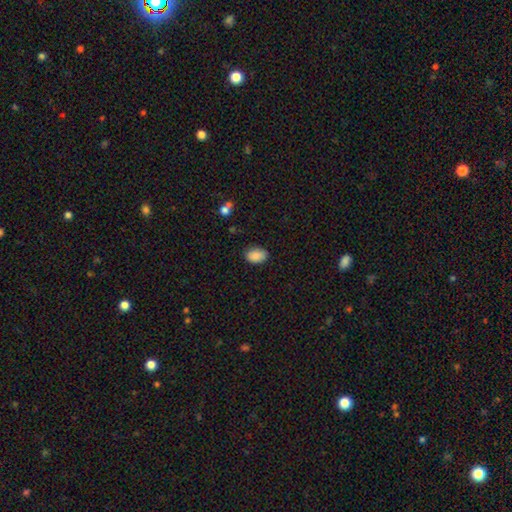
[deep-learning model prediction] The model was most divided on "merging": none: 81%, minor disturbance: 15%, major disturbance: 3%, merger: 1%. More confident: smooth or featured — smooth (88%); how rounded — in between (88%).